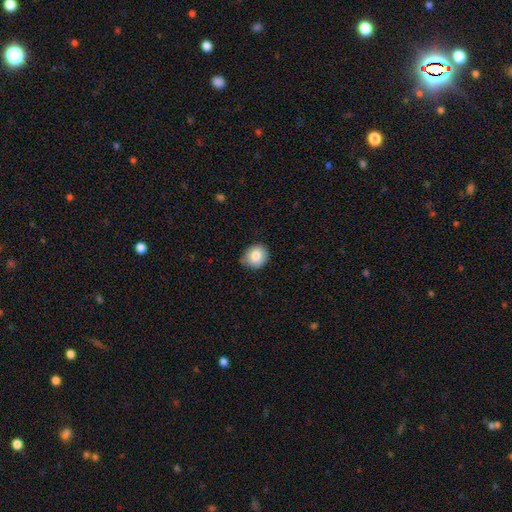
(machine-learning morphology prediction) A smooth galaxy with no disk features (81%) that is round (82%). Merging: none (81%).